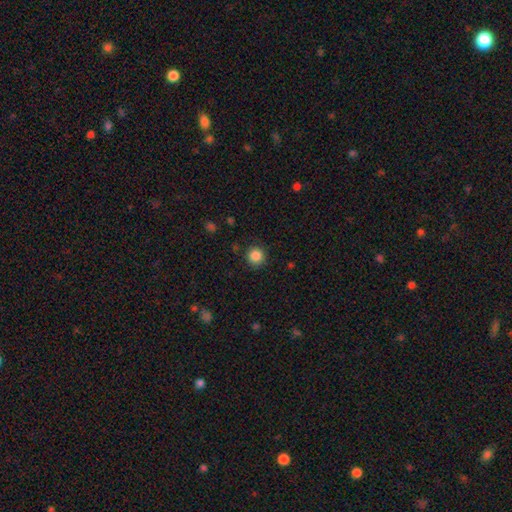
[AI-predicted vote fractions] Smooth or featured? smooth (86%)
How rounded? round (94%)
Merging? none (89%)